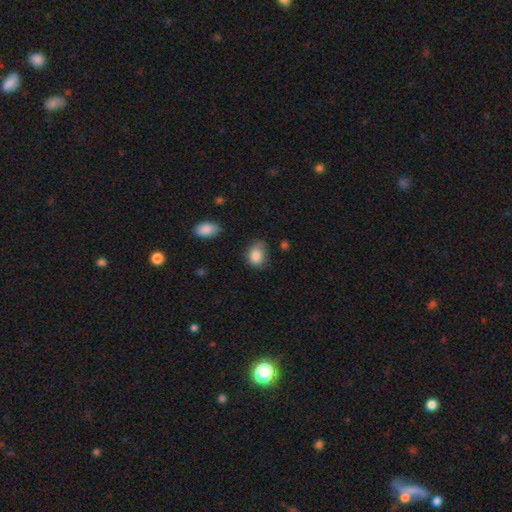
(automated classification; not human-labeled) This appears to be a smooth galaxy with no disk features (85%) that is in between round and cigar-shaped (64%). Merging: none (54%).